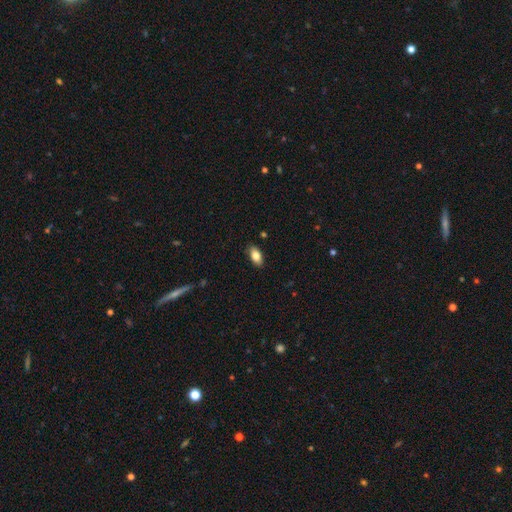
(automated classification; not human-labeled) Smooth or featured? Predicted: smooth (p=0.83). How rounded? Predicted: in between (p=0.92). Merging? Predicted: none (p=0.87).